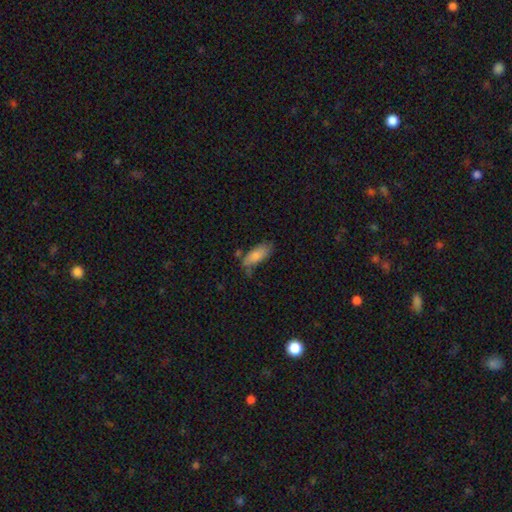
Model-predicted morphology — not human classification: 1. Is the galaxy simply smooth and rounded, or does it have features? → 80% smooth, 13% featured or disk, 7% star or artifact.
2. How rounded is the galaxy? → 80% in between, 18% cigar-shaped, 2% round.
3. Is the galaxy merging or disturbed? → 53% none, 30% minor disturbance, 9% major disturbance, 8% merger.